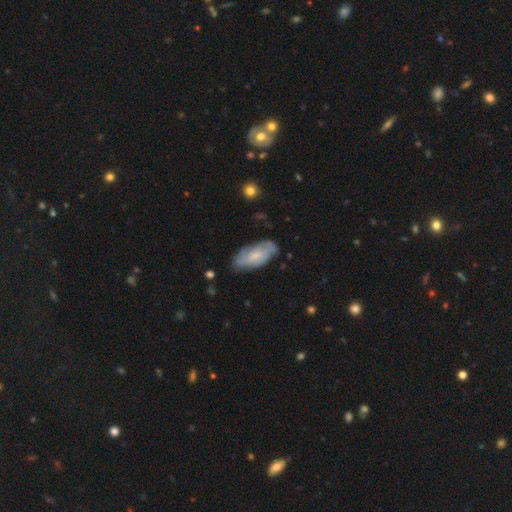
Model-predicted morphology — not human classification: Overall: featured or disk (48%; smooth 46%). Merging: none (72%).